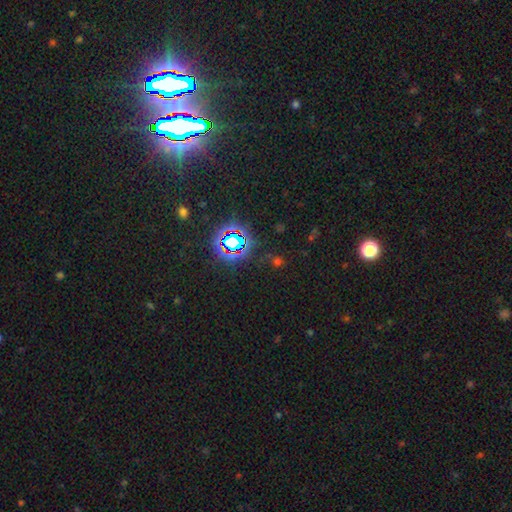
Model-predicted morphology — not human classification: Smooth or featured?
  - star or artifact: 81% *
  - smooth: 12%
  - featured or disk: 7%